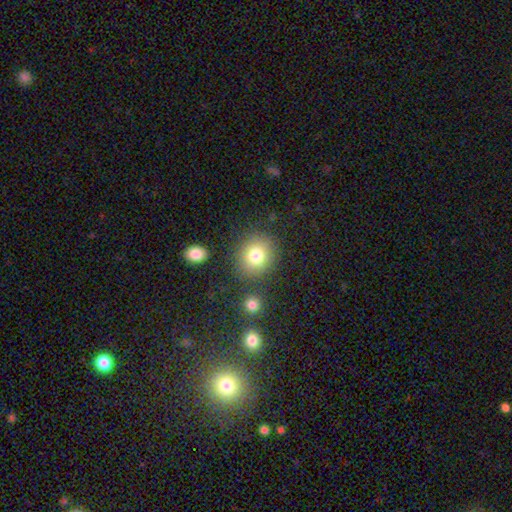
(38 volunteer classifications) Overall: smooth (89%). How rounded: round (91%). Merging: none (81%).